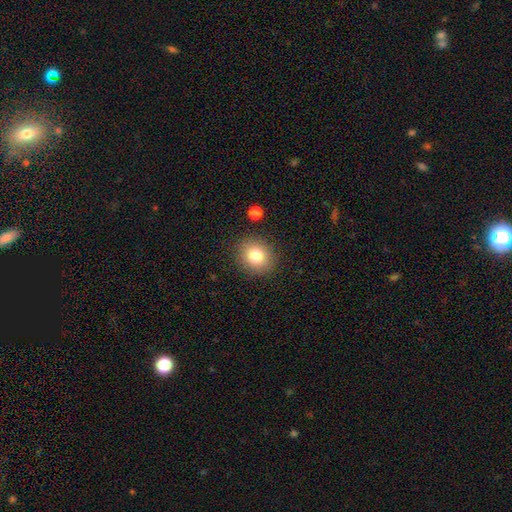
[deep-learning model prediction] Q: Smooth or featured?
A: smooth (80%); runner-up: star or artifact (11%)
Q: How rounded?
A: round (78%); runner-up: in between (21%)
Q: Merging?
A: none (88%); runner-up: minor disturbance (8%)